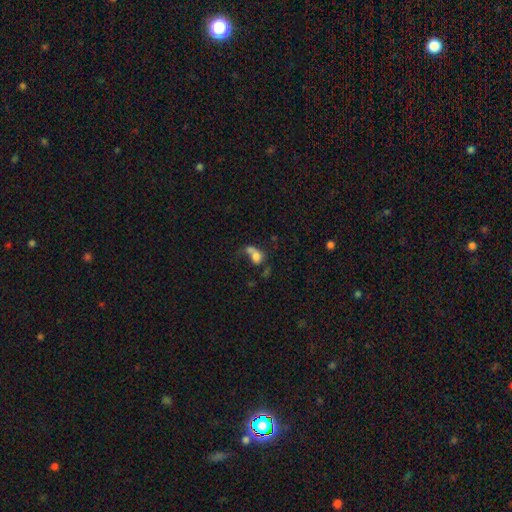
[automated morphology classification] This is likely a smooth galaxy (67%). How rounded: possibly in between (58%). Merging: possibly merger (50%).